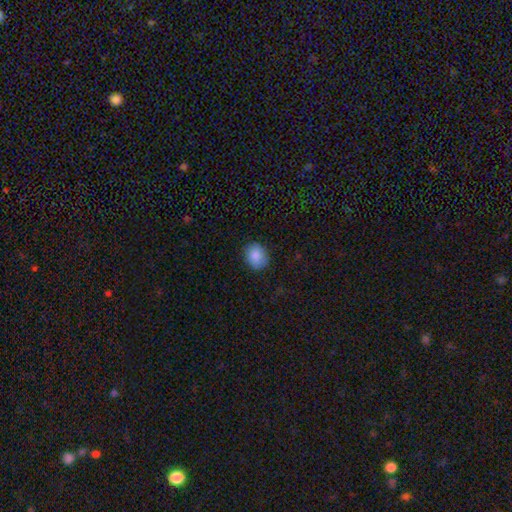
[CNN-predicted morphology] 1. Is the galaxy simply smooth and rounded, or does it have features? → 87% smooth, 8% star or artifact, 5% featured or disk.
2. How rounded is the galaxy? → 64% round, 35% in between, 1% cigar-shaped.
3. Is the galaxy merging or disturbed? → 86% none, 11% minor disturbance, 2% major disturbance, 1% merger.